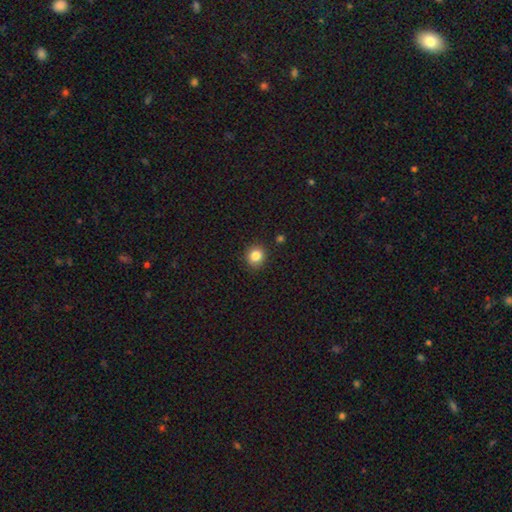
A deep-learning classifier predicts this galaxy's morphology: Overall: smooth (84%). How rounded: round (85%). Merging: none (90%).